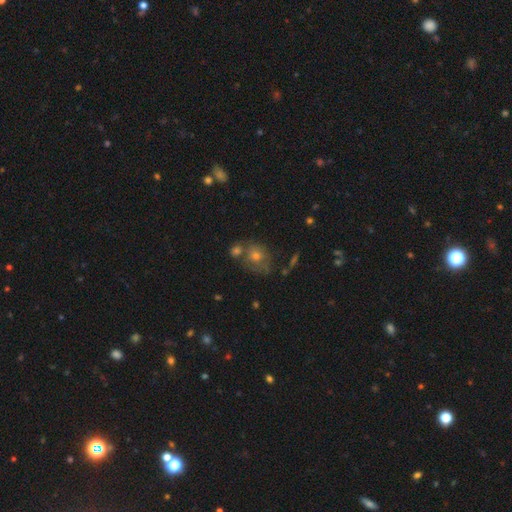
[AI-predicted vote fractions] smooth_or_featured: smooth (p=0.50) [alt: featured or disk p=0.29]
merging: none (p=0.55) [alt: merger p=0.20]